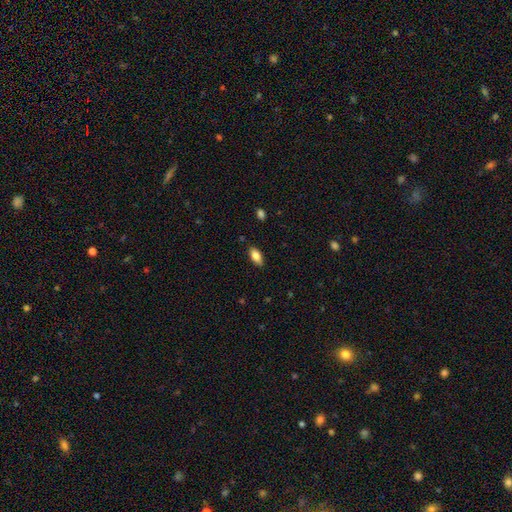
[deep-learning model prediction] smooth_or_featured: smooth (p=0.83) [alt: featured or disk p=0.10]
how_rounded: in between (p=0.89) [alt: cigar-shaped p=0.09]
merging: none (p=0.86) [alt: minor disturbance p=0.10]